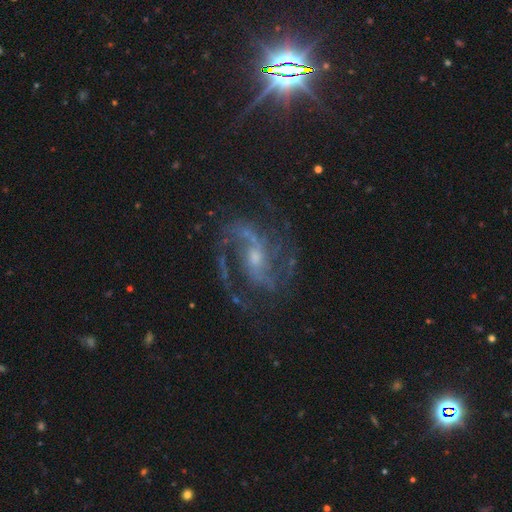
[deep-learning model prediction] Morphology: type=featured or disk (88%); edge-on=no (97%); bar=weak (44%); spiral arms=yes (98%); winding=medium (61%); arm count=2 (83%); bulge=small (62%); merging=none (72%).